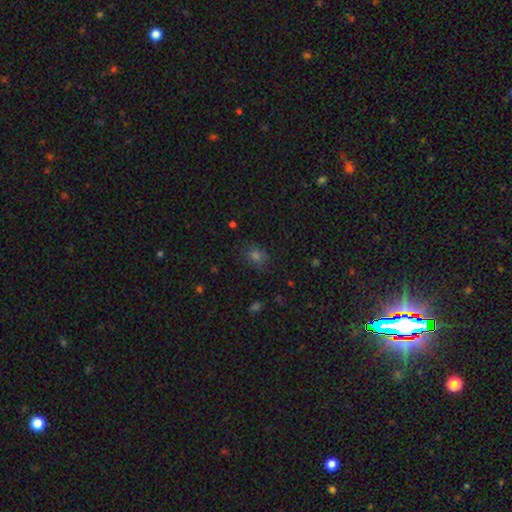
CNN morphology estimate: The model was most divided on "how rounded": round: 56%, in between: 43%, cigar-shaped: 1%. More confident: merging — none (81%); smooth or featured — smooth (70%).